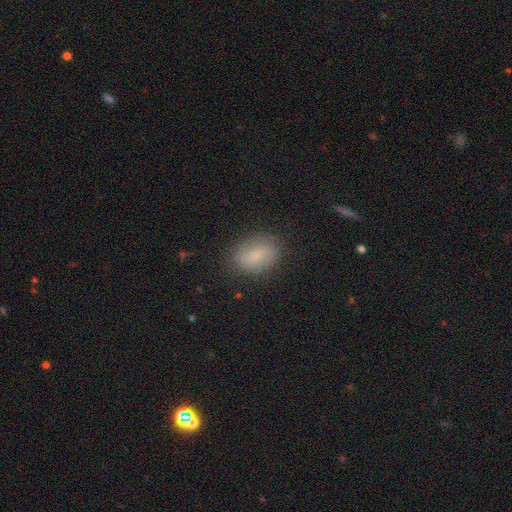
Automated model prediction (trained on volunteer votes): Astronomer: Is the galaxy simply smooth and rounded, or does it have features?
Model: smooth — 65%.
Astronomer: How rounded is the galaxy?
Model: in between — 77%.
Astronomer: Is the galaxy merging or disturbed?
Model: none — 79%.